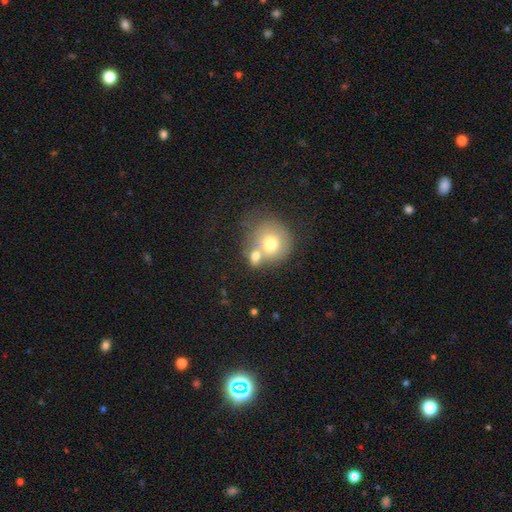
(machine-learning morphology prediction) Smooth or featured? smooth (69%)
How rounded? round (75%)
Merging? merger (52%)